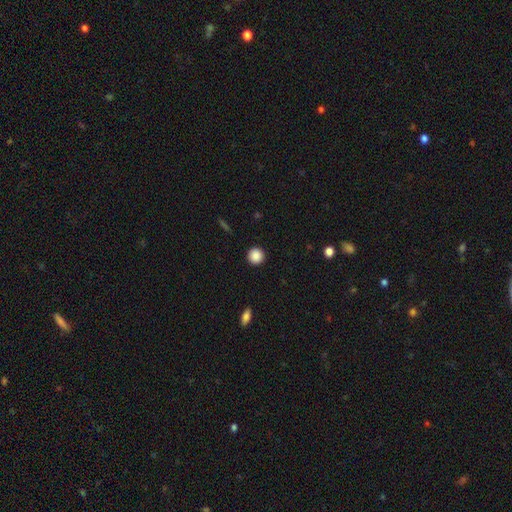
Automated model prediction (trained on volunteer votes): This appears to be a smooth galaxy with no disk features (88%) that is round (95%). Merging: none (93%).